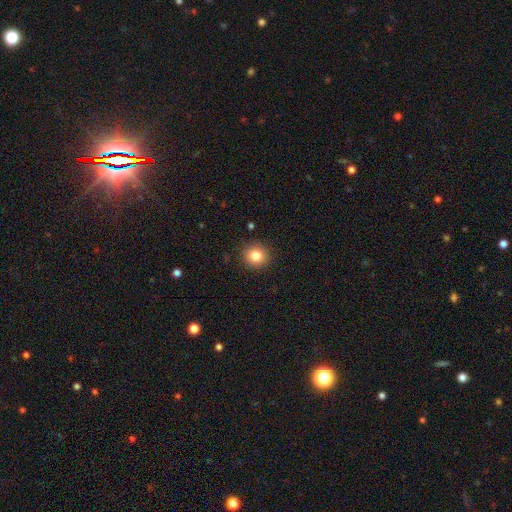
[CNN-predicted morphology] Smooth or featured?
  - smooth: 83% *
  - star or artifact: 10%
  - featured or disk: 6%
How rounded?
  - round: 90% *
  - in between: 9%
  - cigar-shaped: 1%
Merging?
  - none: 90% *
  - minor disturbance: 7%
  - major disturbance: 2%
  - merger: 1%